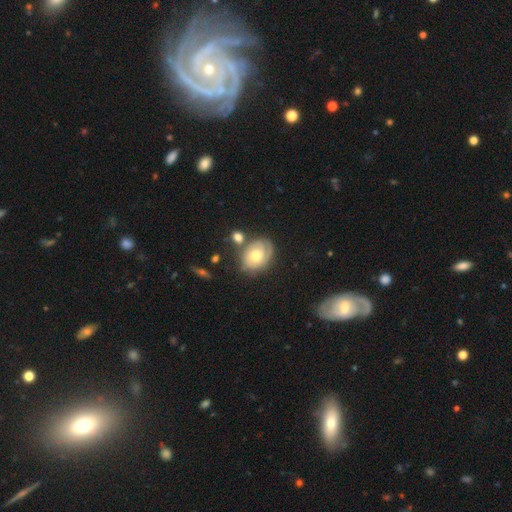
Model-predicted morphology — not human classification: The model was most divided on "spiral arm count": 2: 39%, can't tell: 31%, 1: 19%, 3: 7%, 4: 2%, more than 4: 2%. More confident: edge-on disk — no (96%); spiral arms — yes (81%); bar — no (79%); bulge size — moderate (72%); spiral winding — tight (70%); smooth or featured — featured or disk (65%); merging — none (63%).